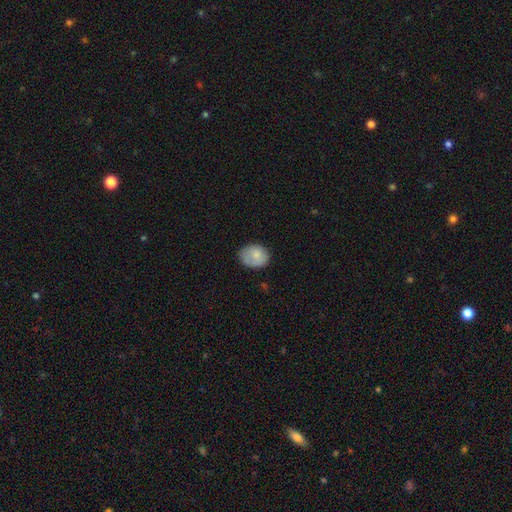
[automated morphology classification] Smooth or featured? smooth (79%)
How rounded? in between (59%)
Merging? none (64%)